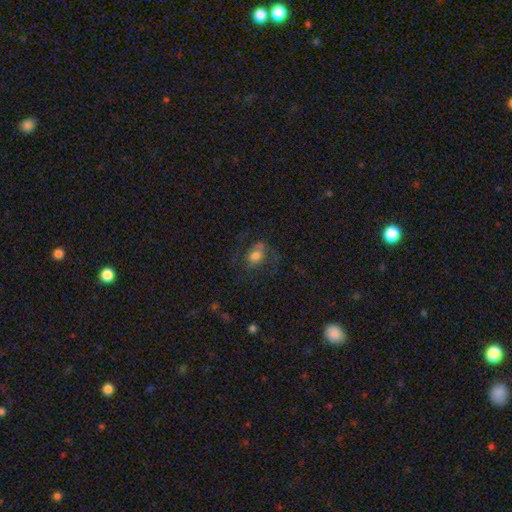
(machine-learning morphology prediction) smooth_or_featured: smooth (p=0.62) [alt: featured or disk p=0.24]
how_rounded: in between (p=0.56) [alt: round p=0.43]
merging: none (p=0.48) [alt: major disturbance p=0.25]